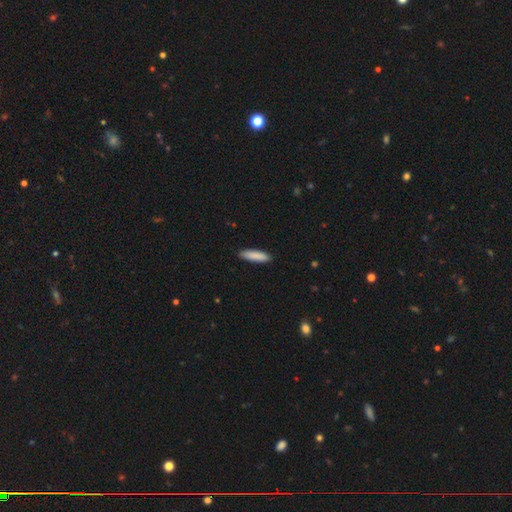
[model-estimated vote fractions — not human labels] smooth-or-featured: smooth: 88% | featured or disk: 6% | star or artifact: 6%
  how-rounded: cigar-shaped: 73% | in between: 26% | round: 1%
  merging: none: 89% | minor disturbance: 8% | major disturbance: 2% | merger: 1%